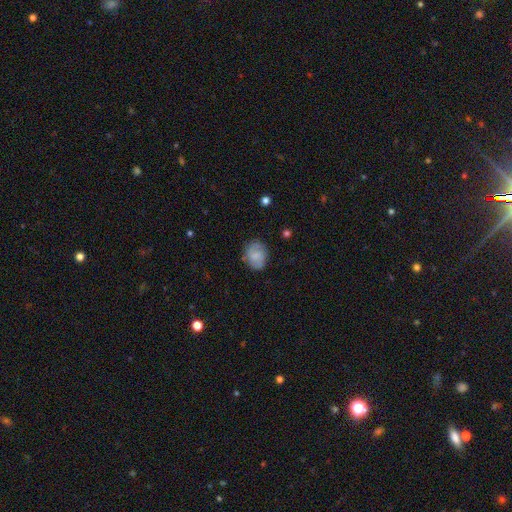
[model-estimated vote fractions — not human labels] smooth 55%, featured or disk 37%, star or artifact 9%. Down the decision tree: how rounded — in between (50%); merging — none (74%).